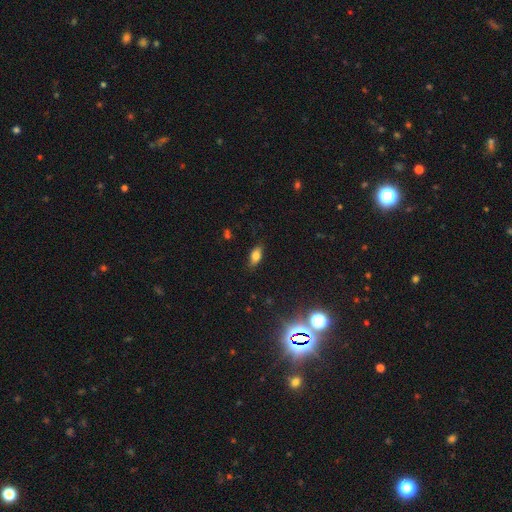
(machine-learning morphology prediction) Q: Smooth or featured?
A: smooth (78%); runner-up: featured or disk (12%)
Q: How rounded?
A: in between (85%); runner-up: cigar-shaped (10%)
Q: Merging?
A: none (83%); runner-up: minor disturbance (13%)